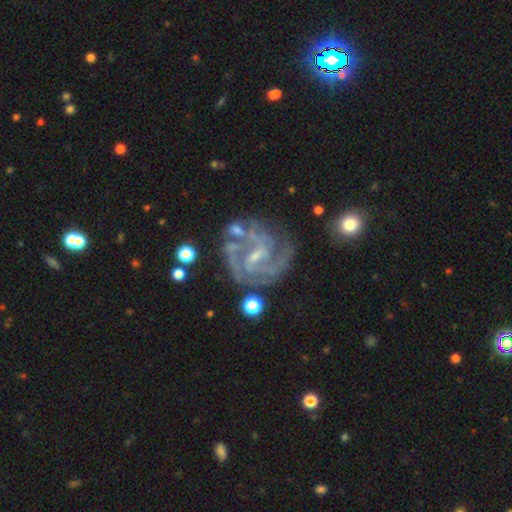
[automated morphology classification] Smooth or featured: featured or disk — 88% (star or artifact — 6%)
Edge-on disk: no — 98% (yes — 2%)
Bar: weak — 50% (strong — 26%)
Spiral arms: yes — 96% (no — 4%)
Spiral winding: tight — 54% (medium — 38%)
Spiral arm count: 3 — 31% (2 — 30%)
Bulge size: small — 71% (moderate — 19%)
Merging: none — 65% (minor disturbance — 18%)